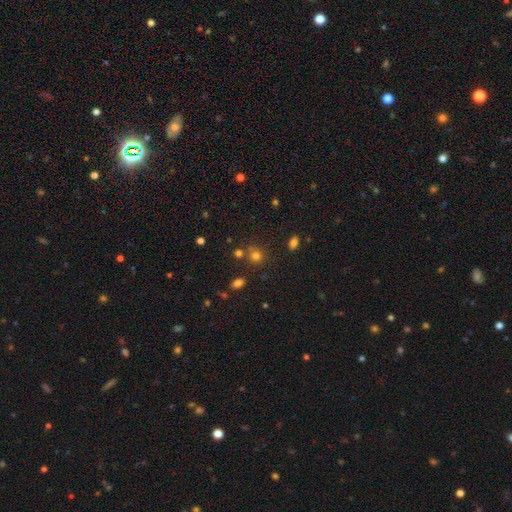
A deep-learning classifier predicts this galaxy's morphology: A smooth galaxy with no disk features (70%) that is round (84%).

Vote fractions:
- Smooth or featured? smooth: 70% / star or artifact: 22% / featured or disk: 8%
- How rounded? round: 84% / in between: 15% / cigar-shaped: 1%
- Merging? none: 70% / merger: 16% / minor disturbance: 11% / major disturbance: 4%